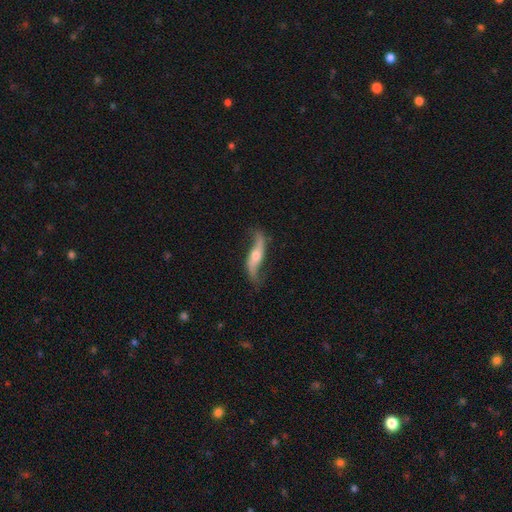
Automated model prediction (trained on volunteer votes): smooth_or_featured: featured or disk (p=0.83) [alt: smooth p=0.11]
disk_edge_on: no (p=0.73) [alt: yes p=0.27]
bar: no (p=0.52) [alt: weak p=0.26]
has_spiral_arms: yes (p=0.94) [alt: no p=0.06]
spiral_winding: loose (p=0.90) [alt: medium p=0.07]
spiral_arm_count: 2 (p=0.93) [alt: 1 p=0.02]
bulge_size: moderate (p=0.58) [alt: small p=0.32]
merging: none (p=0.75) [alt: minor disturbance p=0.16]